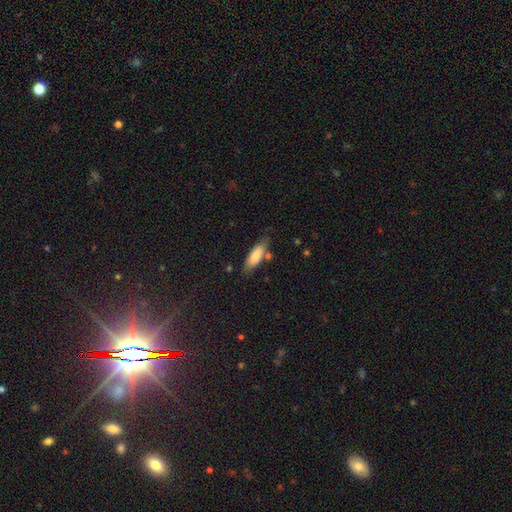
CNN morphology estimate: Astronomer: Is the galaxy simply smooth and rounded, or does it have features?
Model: smooth — 82%.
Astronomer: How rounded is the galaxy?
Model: in between — 55% (runner-up: cigar-shaped, 43%).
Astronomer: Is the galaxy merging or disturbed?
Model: none — 72%.